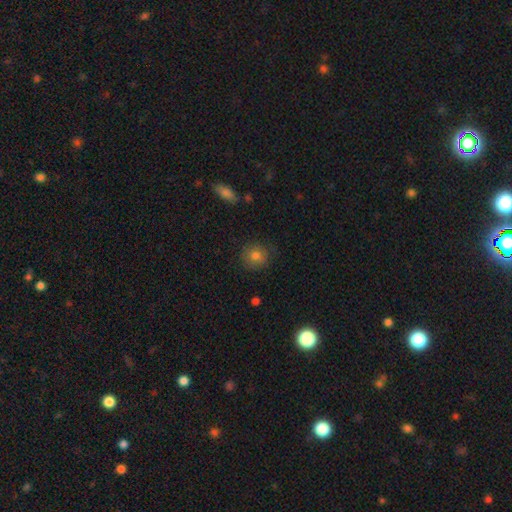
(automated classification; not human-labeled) This appears to be a smooth galaxy with no disk features (80%) that is round (89%). Merging: none (84%).